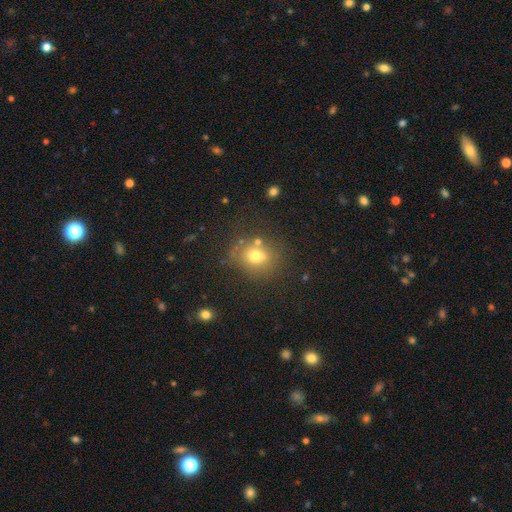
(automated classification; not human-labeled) Morphology: type=smooth (70%); roundness=round (69%); merging=none (67%).